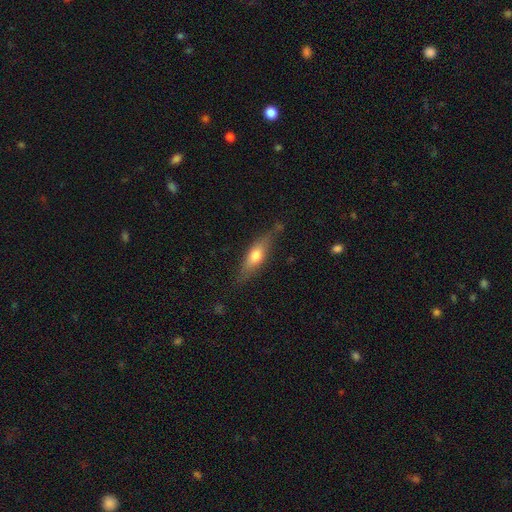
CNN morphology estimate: smooth 52%, featured or disk 41%, star or artifact 7%. Down the decision tree: how rounded — cigar-shaped (57%); merging — none (75%).